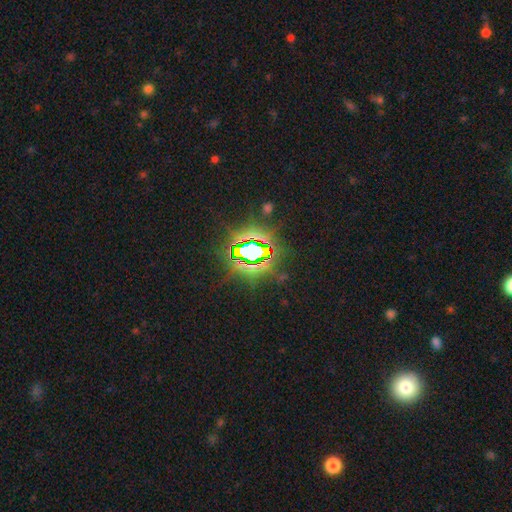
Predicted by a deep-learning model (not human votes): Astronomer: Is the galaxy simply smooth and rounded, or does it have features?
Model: star or artifact — 80%.